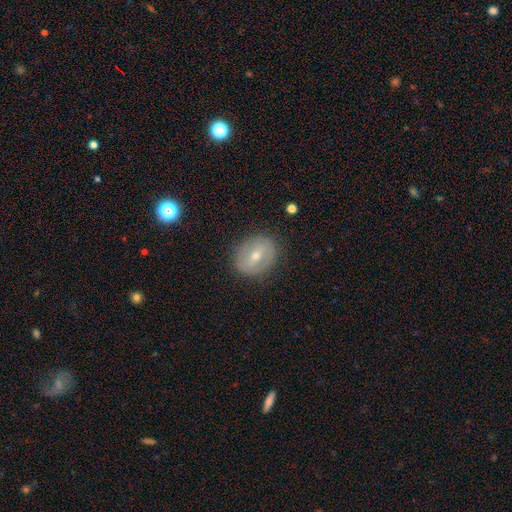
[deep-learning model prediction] This appears to be a featured or disk galaxy (49%). Merging: none (85%).